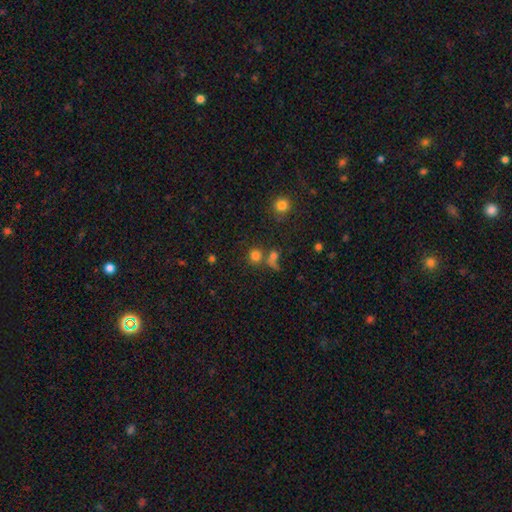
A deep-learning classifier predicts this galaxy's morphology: Smooth or featured? smooth (77%)
How rounded? round (89%)
Merging? none (61%)